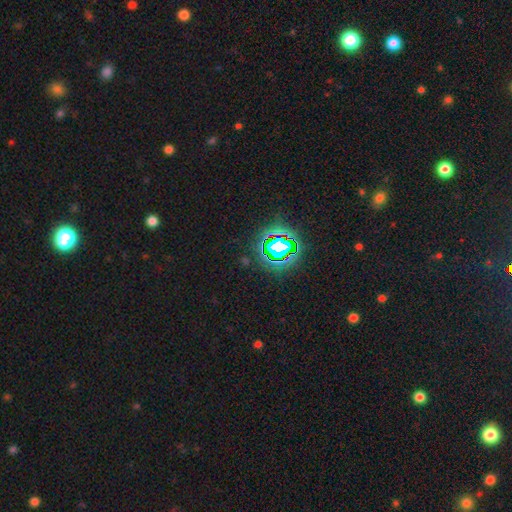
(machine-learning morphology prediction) This appears to be a star or artifact, not a galaxy (83%).